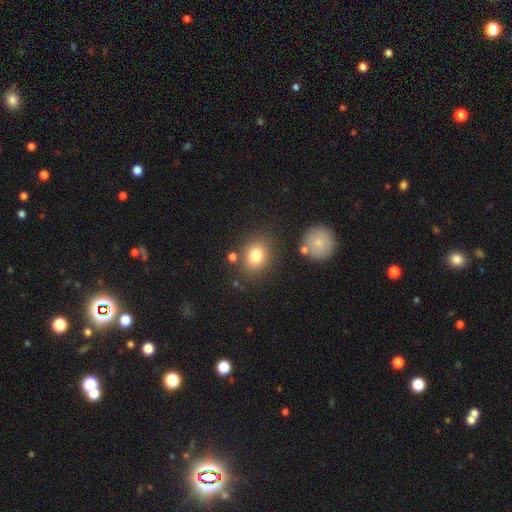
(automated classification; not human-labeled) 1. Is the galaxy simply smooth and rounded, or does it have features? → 79% smooth, 11% star or artifact, 10% featured or disk.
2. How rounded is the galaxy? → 56% round, 43% in between, 1% cigar-shaped.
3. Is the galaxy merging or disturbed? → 77% none, 12% minor disturbance, 7% merger, 4% major disturbance.